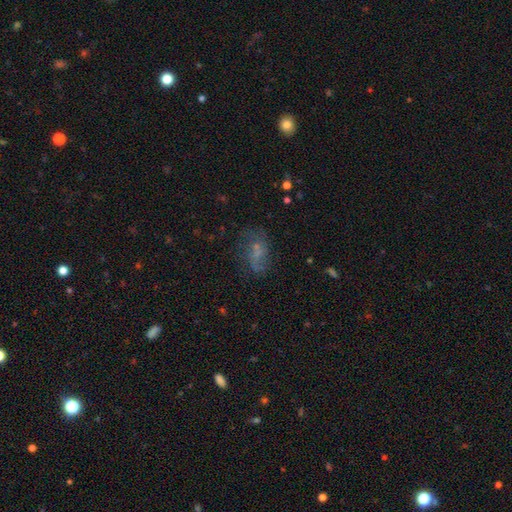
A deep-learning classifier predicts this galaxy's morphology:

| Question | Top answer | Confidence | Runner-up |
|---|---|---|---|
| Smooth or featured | featured or disk | 39% | smooth (34%) |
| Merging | none | 66% | minor disturbance (19%) |